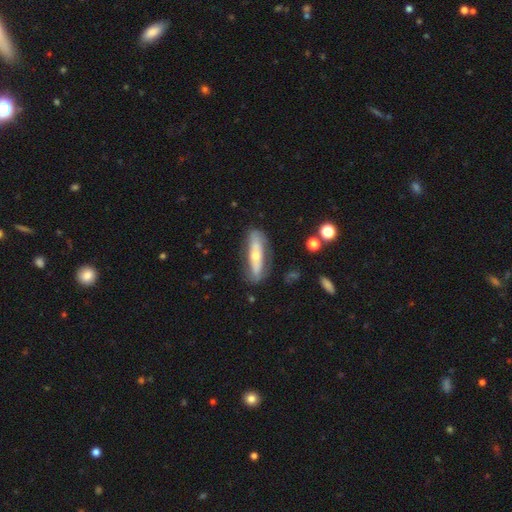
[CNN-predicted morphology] This is possibly a featured or disk galaxy (54%). It is possibly not viewed edge-on (55%). Merging: likely none (74%).